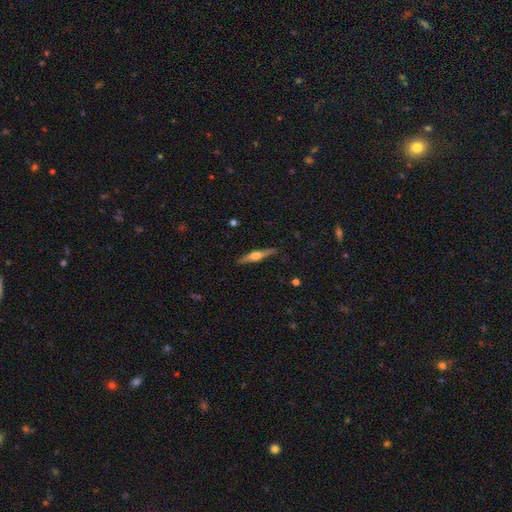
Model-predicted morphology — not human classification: Smooth or featured? Predicted: featured or disk (p=0.68). Edge-on disk? Predicted: yes (p=0.97). Edge-on bulge? Predicted: rounded (p=0.93). Merging? Predicted: none (p=0.87).